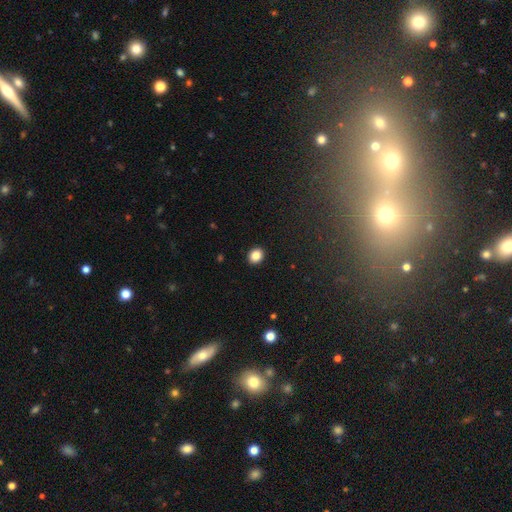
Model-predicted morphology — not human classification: smooth 86%, star or artifact 10%, featured or disk 5%. Down the decision tree: how rounded — round (60%); merging — none (92%).